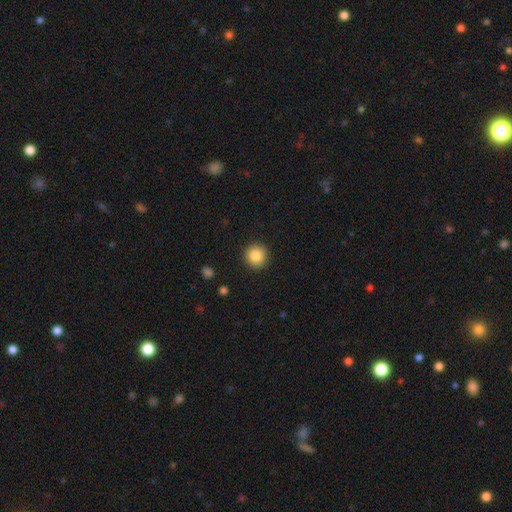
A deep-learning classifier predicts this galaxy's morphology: smooth 85%, star or artifact 9%, featured or disk 6%. Down the decision tree: how rounded — round (94%); merging — none (92%).